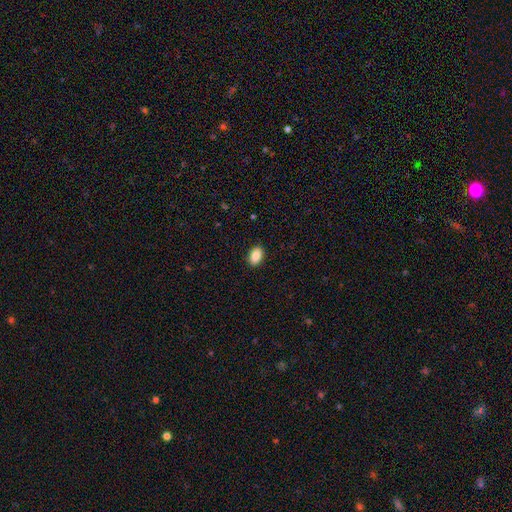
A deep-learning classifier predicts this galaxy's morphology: smooth_or_featured: smooth (p=0.88) [alt: star or artifact p=0.07]
how_rounded: in between (p=0.89) [alt: round p=0.10]
merging: none (p=0.90) [alt: minor disturbance p=0.07]